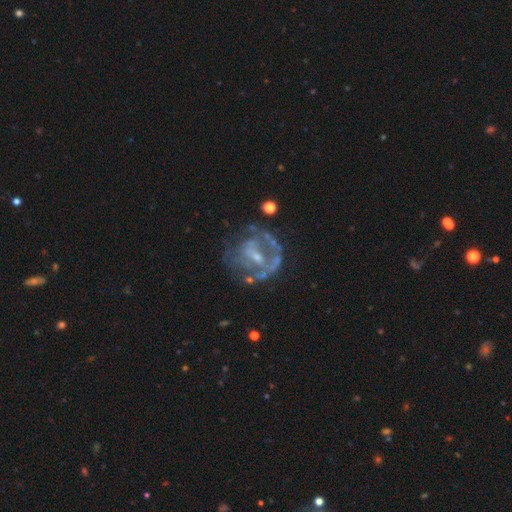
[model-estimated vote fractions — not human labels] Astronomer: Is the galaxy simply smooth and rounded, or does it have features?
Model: featured or disk — 76%.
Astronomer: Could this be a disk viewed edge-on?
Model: no — 97%.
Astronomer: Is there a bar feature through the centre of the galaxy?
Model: no — 46% (runner-up: weak, 39%).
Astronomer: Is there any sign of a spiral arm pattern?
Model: no — 53% (runner-up: yes, 47%).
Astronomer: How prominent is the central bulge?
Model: small — 53% (runner-up: moderate, 29%).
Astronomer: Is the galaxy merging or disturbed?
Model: none — 51%.